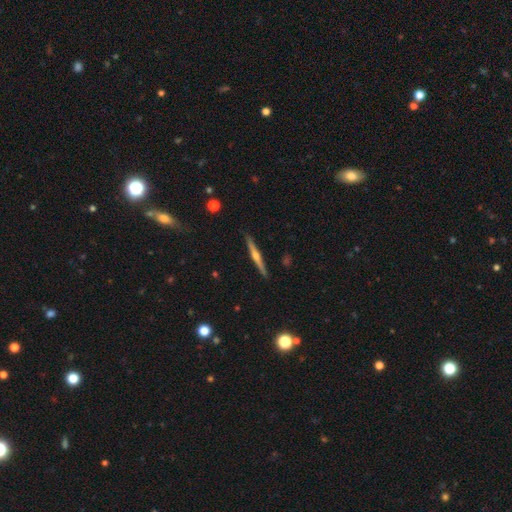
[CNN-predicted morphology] Q: Smooth or featured?
A: featured or disk (74%); runner-up: smooth (21%)
Q: Edge-on disk?
A: yes (98%); runner-up: no (2%)
Q: Edge-on bulge?
A: rounded (89%); runner-up: none (7%)
Q: Merging?
A: none (91%); runner-up: minor disturbance (6%)